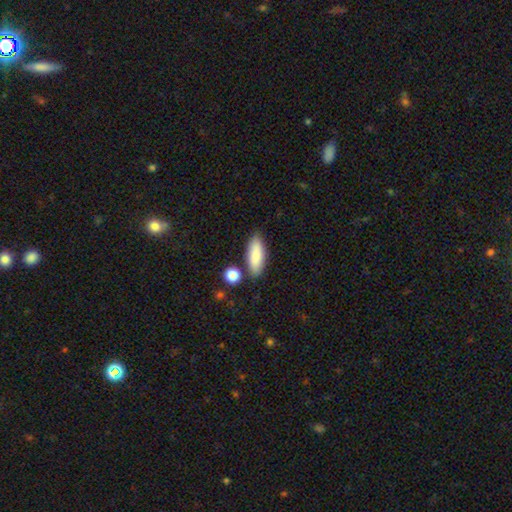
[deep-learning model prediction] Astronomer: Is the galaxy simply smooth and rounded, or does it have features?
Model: smooth — 84%.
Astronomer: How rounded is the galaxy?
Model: in between — 70%.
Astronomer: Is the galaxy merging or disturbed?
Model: none — 78%.